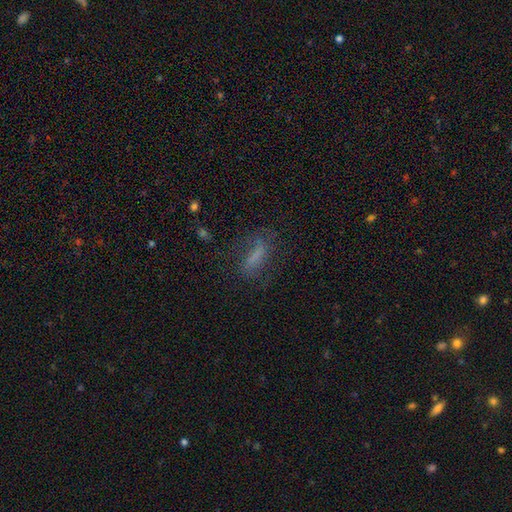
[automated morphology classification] smooth_or_featured: smooth (p=0.50) [alt: featured or disk p=0.34]
how_rounded: cigar-shaped (p=0.49) [alt: in between p=0.47]
merging: none (p=0.58) [alt: minor disturbance p=0.21]